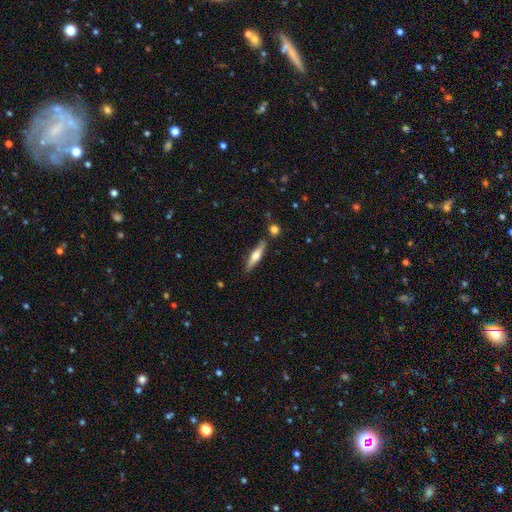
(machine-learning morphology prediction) A featured or disk galaxy (50%) viewed edge-on (93%).

Vote fractions:
- Smooth or featured? featured or disk: 50% / smooth: 44% / star or artifact: 6%
- Edge-on disk? yes: 93% / no: 7%
- Merging? none: 81% / minor disturbance: 11% / merger: 5% / major disturbance: 2%